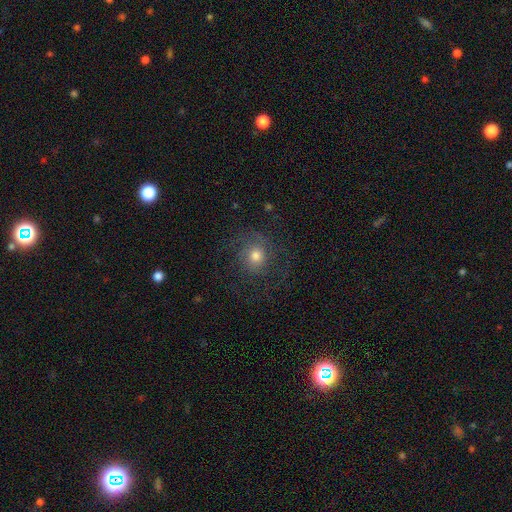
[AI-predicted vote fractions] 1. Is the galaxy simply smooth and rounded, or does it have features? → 45% smooth, 42% featured or disk, 13% star or artifact.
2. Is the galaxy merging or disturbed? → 64% none, 18% major disturbance, 16% minor disturbance, 1% merger.